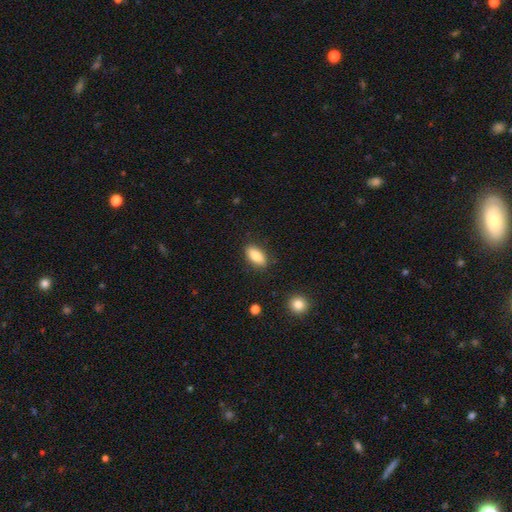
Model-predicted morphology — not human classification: Smooth or featured? smooth (85%)
How rounded? in between (88%)
Merging? none (86%)